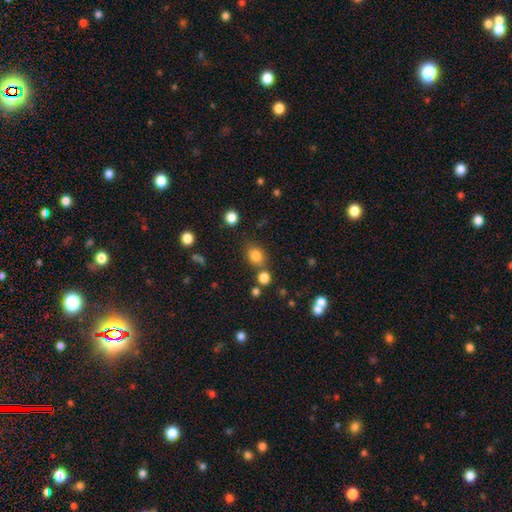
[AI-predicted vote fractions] Morphology: type=smooth (80%); roundness=round (56%); merging=none (67%).